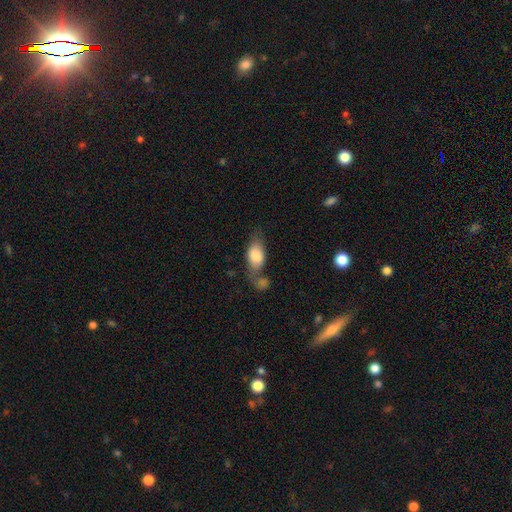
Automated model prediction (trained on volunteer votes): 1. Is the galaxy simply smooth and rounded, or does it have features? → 77% smooth, 16% featured or disk, 6% star or artifact.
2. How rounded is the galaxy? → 88% in between, 7% round, 6% cigar-shaped.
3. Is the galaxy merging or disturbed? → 36% none, 30% merger, 20% minor disturbance, 13% major disturbance.